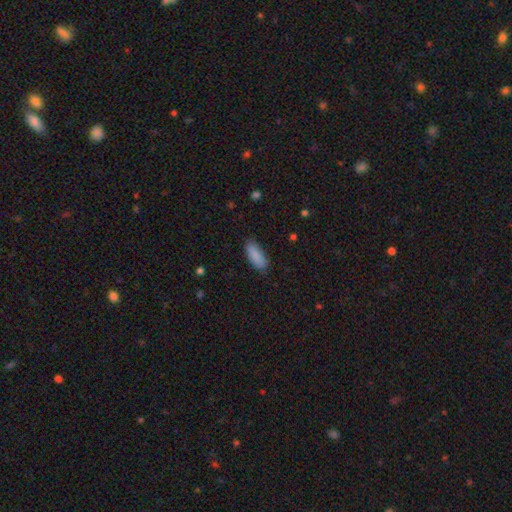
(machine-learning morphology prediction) The model was most divided on "how rounded": in between: 76%, cigar-shaped: 22%, round: 2%. More confident: smooth or featured — smooth (88%); merging — none (83%).